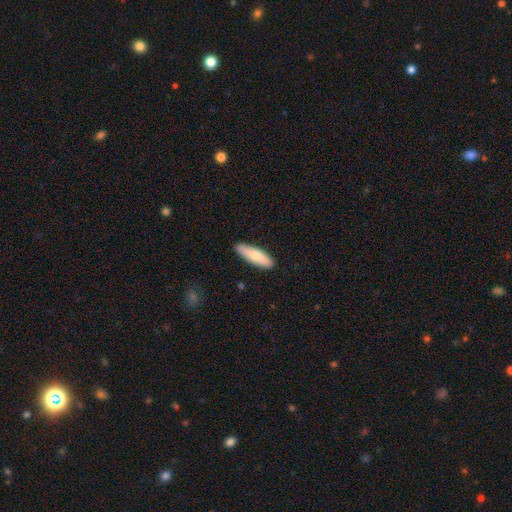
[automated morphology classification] Smooth or featured? smooth (78%)
How rounded? cigar-shaped (60%)
Merging? none (89%)